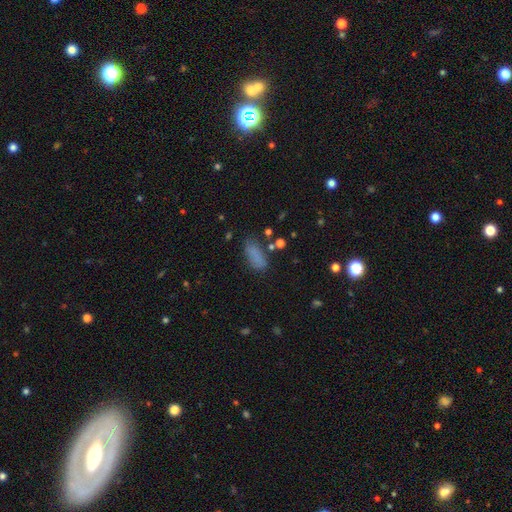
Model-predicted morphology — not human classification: A smooth galaxy with no disk features (80%) that is in between round and cigar-shaped (81%).

Vote fractions:
- Smooth or featured? smooth: 80% / star or artifact: 11% / featured or disk: 9%
- How rounded? in between: 81% / cigar-shaped: 16% / round: 3%
- Merging? none: 66% / minor disturbance: 21% / major disturbance: 8% / merger: 4%